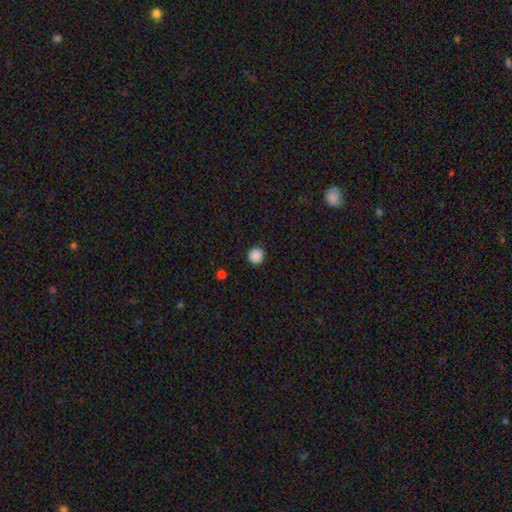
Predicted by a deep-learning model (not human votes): Morphology: type=smooth (88%); roundness=round (94%); merging=none (92%).